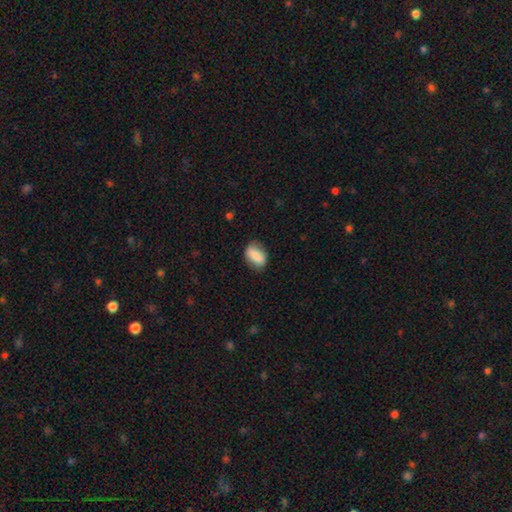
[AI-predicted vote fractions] Smooth or featured? Predicted: smooth (p=0.83). How rounded? Predicted: in between (p=0.85). Merging? Predicted: none (p=0.76).